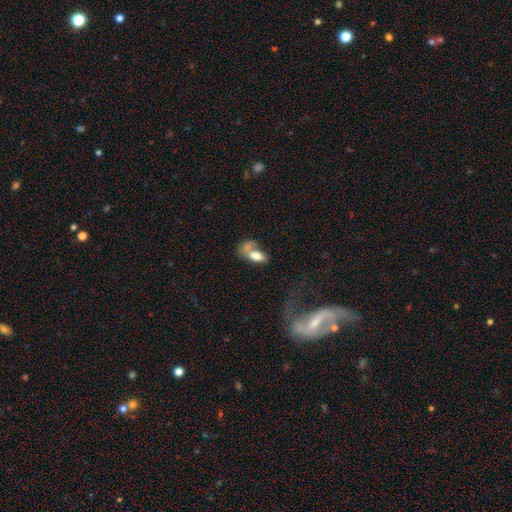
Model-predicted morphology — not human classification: Smooth or featured? Predicted: smooth (p=0.70). How rounded? Predicted: in between (p=0.86). Merging? Predicted: merger (p=0.42).